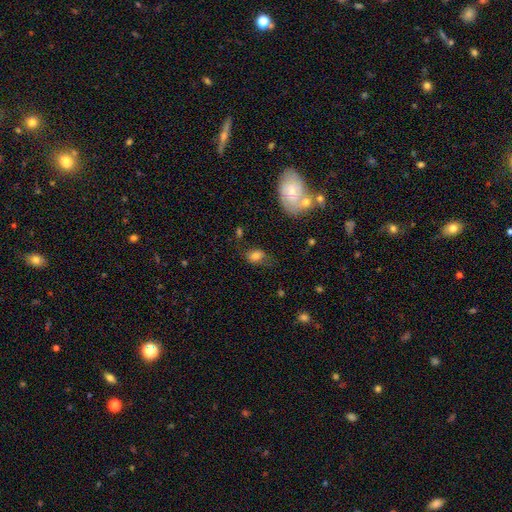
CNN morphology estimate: smooth 71%, featured or disk 19%, star or artifact 10%. Down the decision tree: how rounded — in between (72%); merging — none (55%).